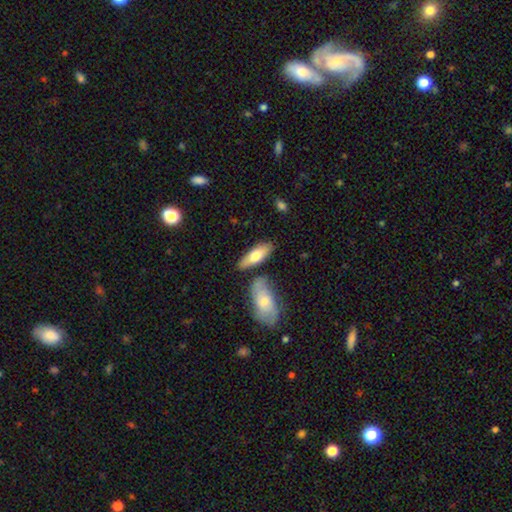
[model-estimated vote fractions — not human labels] Smooth or featured: smooth — 70% (featured or disk — 25%)
How rounded: in between — 67% (cigar-shaped — 30%)
Merging: none — 71% (minor disturbance — 14%)